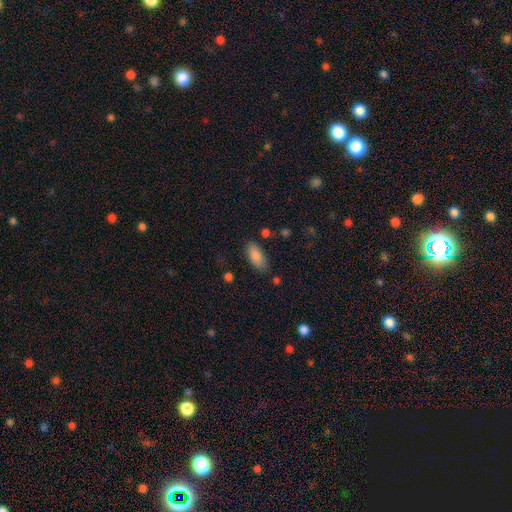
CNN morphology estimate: smooth 86%, star or artifact 7%, featured or disk 7%. Down the decision tree: how rounded — in between (87%); merging — none (78%).